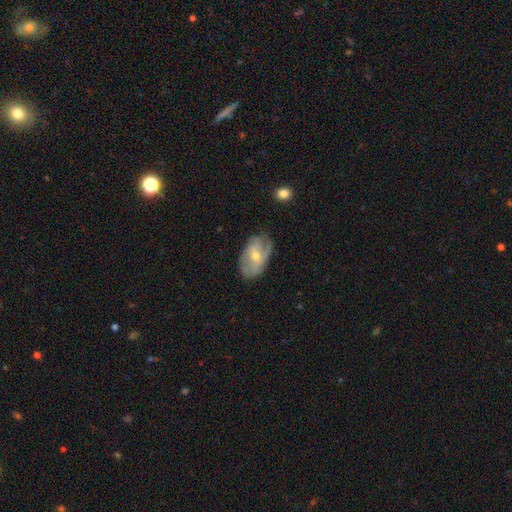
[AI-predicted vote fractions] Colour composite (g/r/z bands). It shows a featured or disk galaxy (63%) with no bar (48%), spiral arms (74%) and a moderate central bulge (54%). Merging: none (66%).